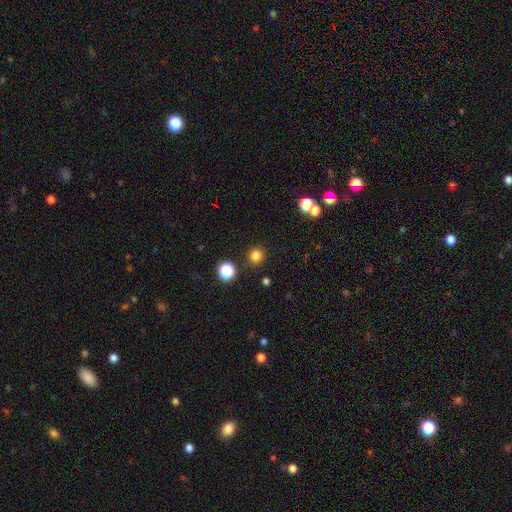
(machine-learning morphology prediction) Smooth or featured?
  - smooth: 81% *
  - star or artifact: 15%
  - featured or disk: 4%
How rounded?
  - round: 94% *
  - in between: 5%
  - cigar-shaped: 1%
Merging?
  - none: 89% *
  - minor disturbance: 6%
  - merger: 3%
  - major disturbance: 2%